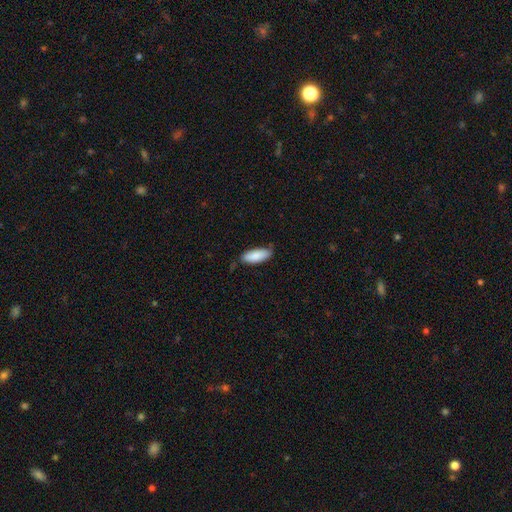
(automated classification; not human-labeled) Smooth or featured: smooth — 88% (featured or disk — 7%)
How rounded: in between — 74% (cigar-shaped — 25%)
Merging: none — 74% (minor disturbance — 21%)